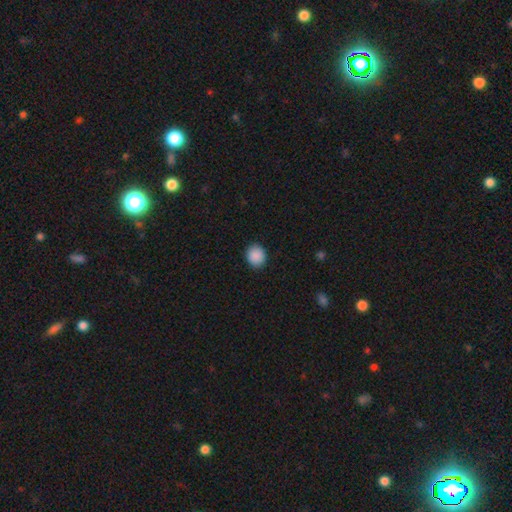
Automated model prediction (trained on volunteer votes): Smooth or featured: smooth — 90% (star or artifact — 8%)
How rounded: round — 75% (in between — 24%)
Merging: none — 90% (minor disturbance — 7%)